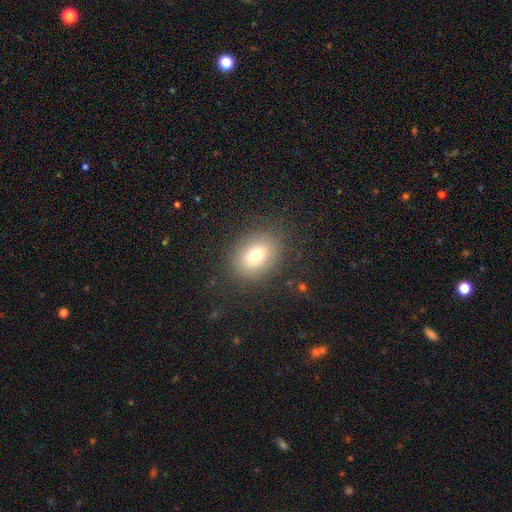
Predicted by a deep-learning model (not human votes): Smooth or featured: smooth — 74% (star or artifact — 13%)
How rounded: in between — 50% (round — 49%)
Merging: none — 85% (minor disturbance — 9%)